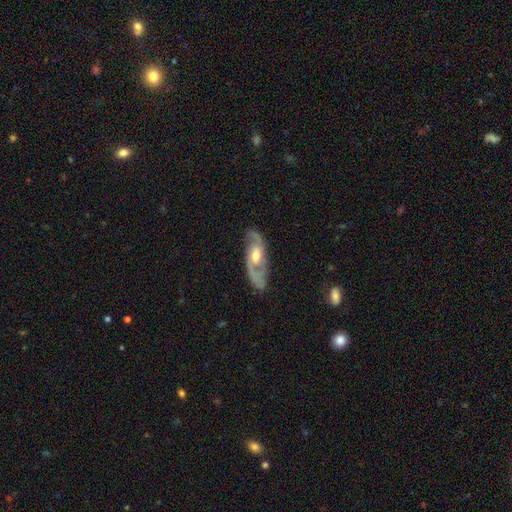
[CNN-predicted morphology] type=featured or disk (83%); edge-on=no (90%); bar=no (48%); spiral arms=yes (93%); winding=medium (50%); arm count=2 (85%); bulge=moderate (70%); merging=none (77%).